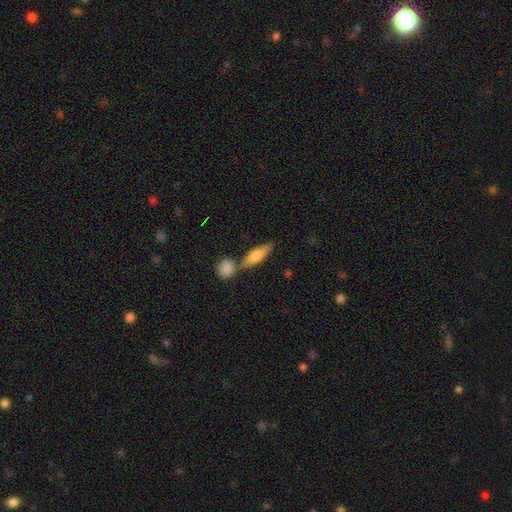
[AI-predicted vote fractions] Overall: smooth (62%; featured or disk 31%). How rounded: cigar-shaped (54%; in between 42%). Merging: none (65%).